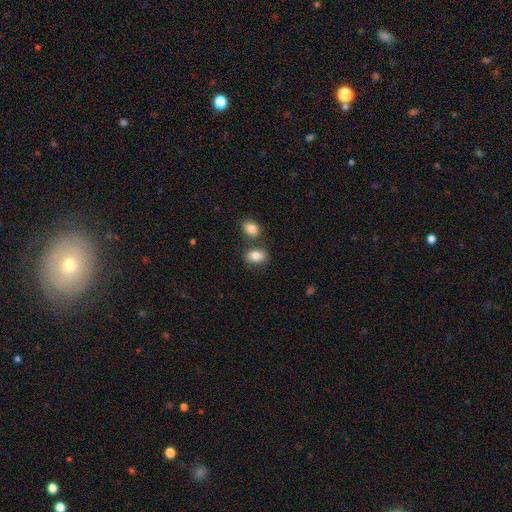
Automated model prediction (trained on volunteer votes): Smooth or featured? Predicted: smooth (p=0.82). How rounded? Predicted: in between (p=0.75). Merging? Predicted: none (p=0.62).